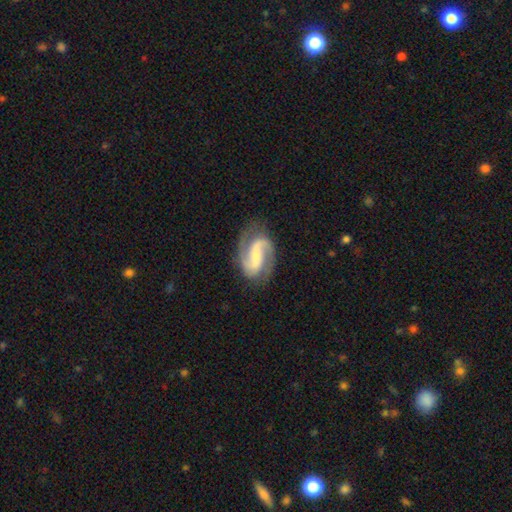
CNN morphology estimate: The model was most divided on "bar" (2-way tie): strong: 39%, weak: 39%, no: 22%. Remaining: edge-on disk — no (98%); spiral arms — yes (97%); spiral arm count — 2 (92%); smooth or featured — featured or disk (87%); merging — none (77%); spiral winding — medium (54%); bulge size — small (42%).